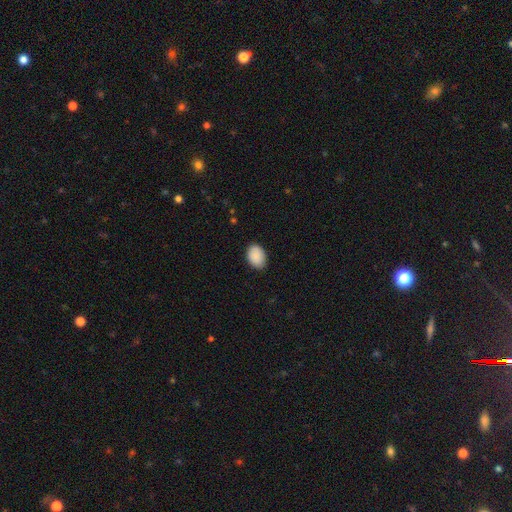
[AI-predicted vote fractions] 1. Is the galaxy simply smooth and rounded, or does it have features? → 90% smooth, 7% star or artifact, 3% featured or disk.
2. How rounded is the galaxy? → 82% in between, 17% round, 1% cigar-shaped.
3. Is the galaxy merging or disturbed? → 85% none, 12% minor disturbance, 2% major disturbance, 1% merger.